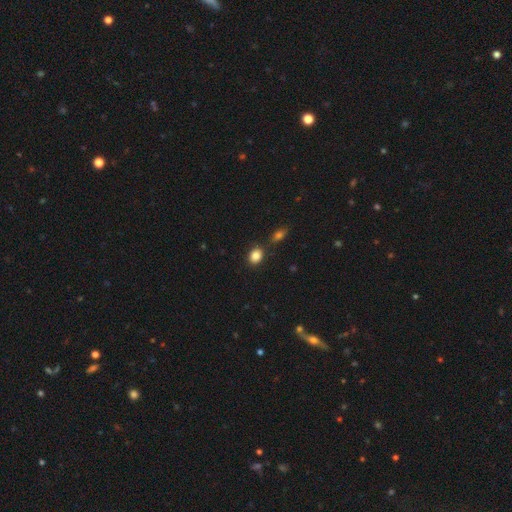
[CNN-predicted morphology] The model was most divided on "how rounded": in between: 51%, round: 48%, cigar-shaped: 1%. More confident: smooth or featured — smooth (85%); merging — none (77%).